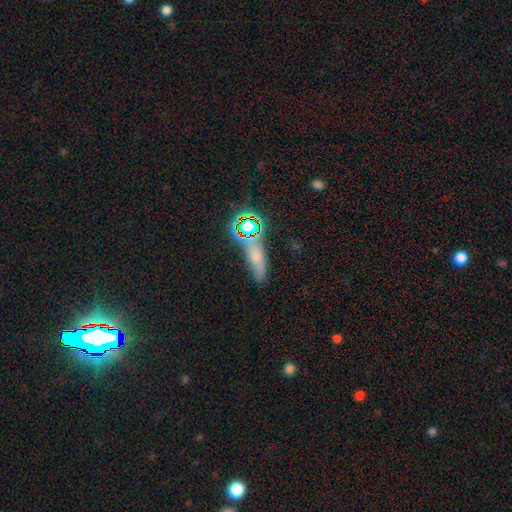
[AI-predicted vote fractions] Q: Smooth or featured?
A: smooth (54%); runner-up: star or artifact (28%)
Q: How rounded?
A: cigar-shaped (46%); runner-up: in between (44%)
Q: Merging?
A: none (64%); runner-up: minor disturbance (20%)